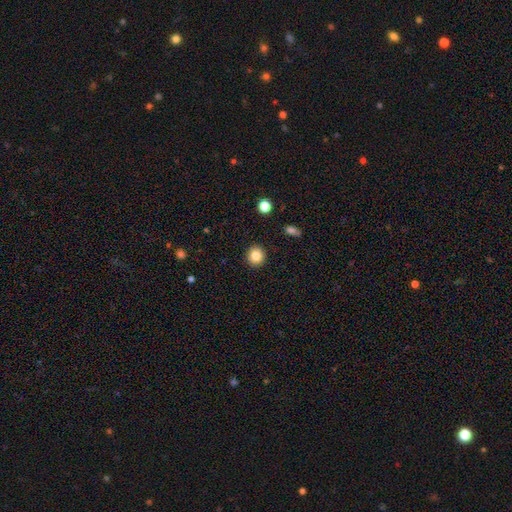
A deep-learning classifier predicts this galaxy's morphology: Smooth or featured?
  - smooth: 84% *
  - star or artifact: 10%
  - featured or disk: 6%
How rounded?
  - round: 91% *
  - in between: 8%
  - cigar-shaped: 1%
Merging?
  - none: 92% *
  - minor disturbance: 5%
  - major disturbance: 2%
  - merger: 1%